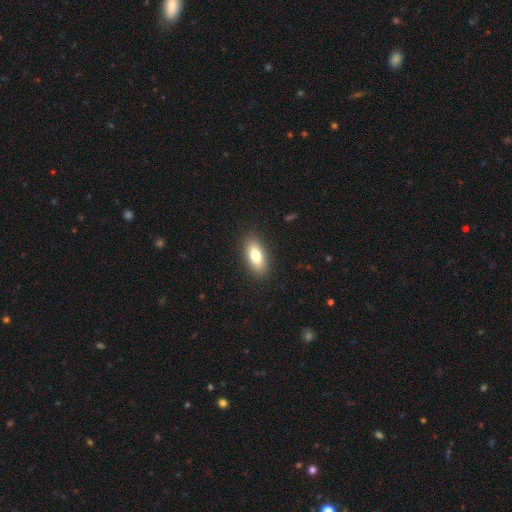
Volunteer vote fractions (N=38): smooth_or_featured: smooth (p=0.71) [alt: featured or disk p=0.21]
how_rounded: in between (p=0.81) [alt: cigar-shaped p=0.11]
merging: none (p=0.89) [alt: minor disturbance p=0.11]